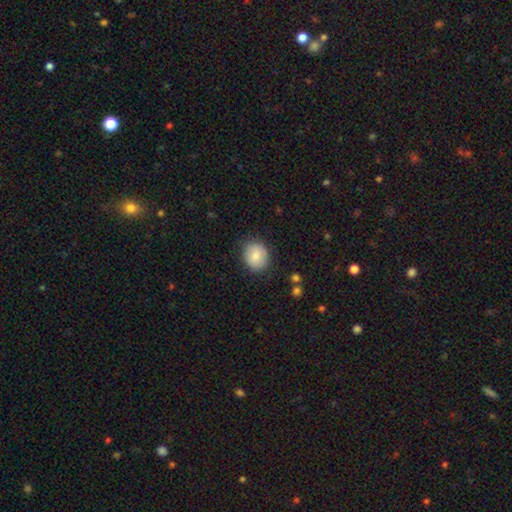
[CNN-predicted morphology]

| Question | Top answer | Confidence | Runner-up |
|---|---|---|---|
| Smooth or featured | smooth | 84% | featured or disk (9%) |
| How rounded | round | 68% | in between (31%) |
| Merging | none | 84% | minor disturbance (12%) |